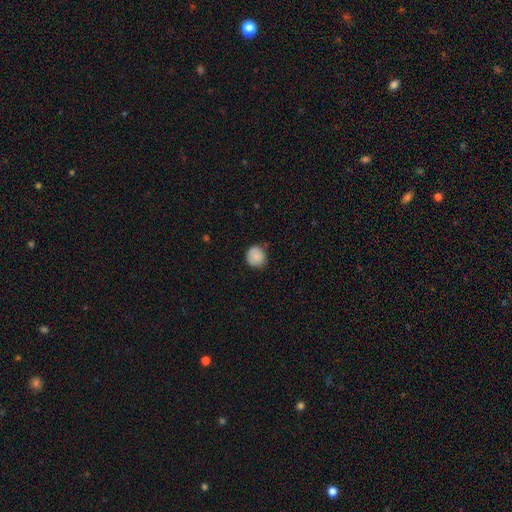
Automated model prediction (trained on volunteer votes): A smooth galaxy with no disk features (82%) that is round (87%). Merging: none (80%).